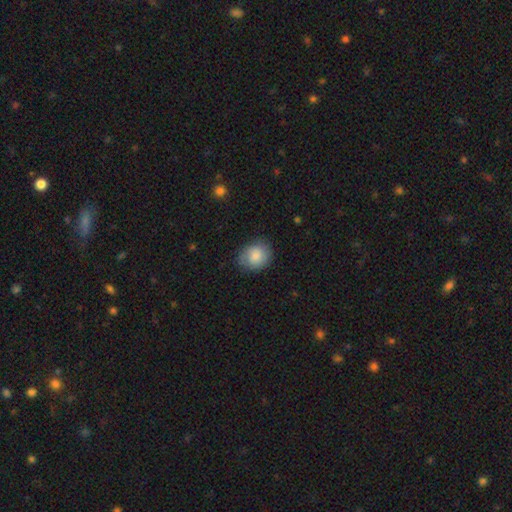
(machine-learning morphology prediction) This is clearly a smooth galaxy (82%). How rounded: possibly round (58%). Merging: likely none (77%).